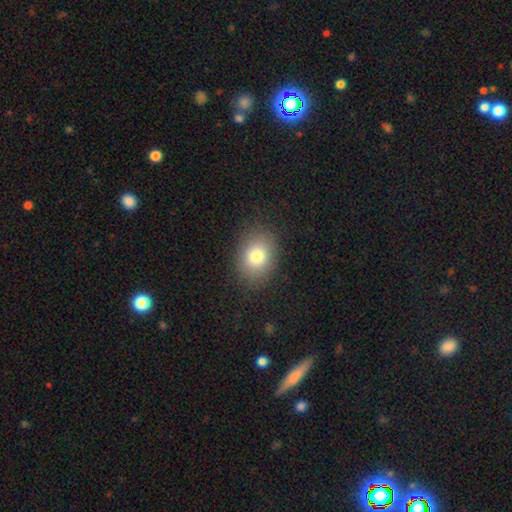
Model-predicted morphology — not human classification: A smooth galaxy with no disk features (79%) that is in between round and cigar-shaped (58%). Merging: none (87%).